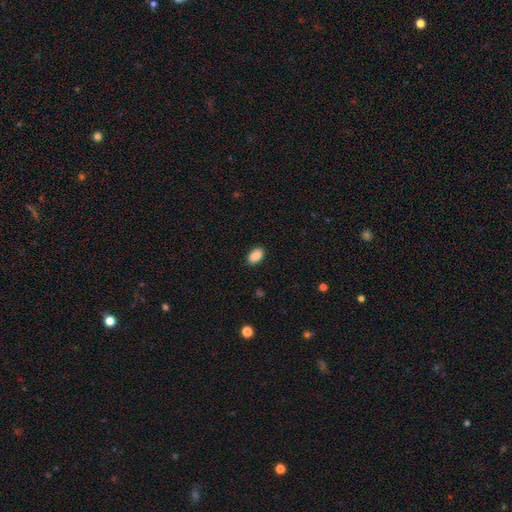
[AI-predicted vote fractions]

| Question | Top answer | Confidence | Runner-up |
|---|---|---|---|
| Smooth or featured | smooth | 90% | star or artifact (7%) |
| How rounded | in between | 91% | round (8%) |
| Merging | none | 88% | minor disturbance (8%) |